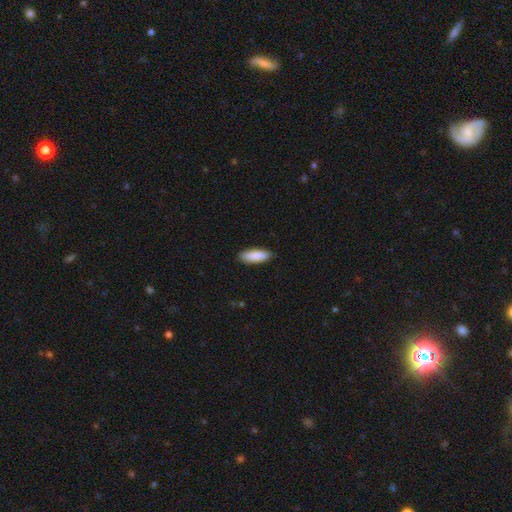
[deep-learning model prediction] A smooth galaxy with no disk features (90%) that is in between round and cigar-shaped (64%).

Vote fractions:
- Smooth or featured? smooth: 90% / star or artifact: 5% / featured or disk: 5%
- How rounded? in between: 64% / cigar-shaped: 35% / round: 2%
- Merging? none: 89% / minor disturbance: 8% / major disturbance: 2% / merger: 1%